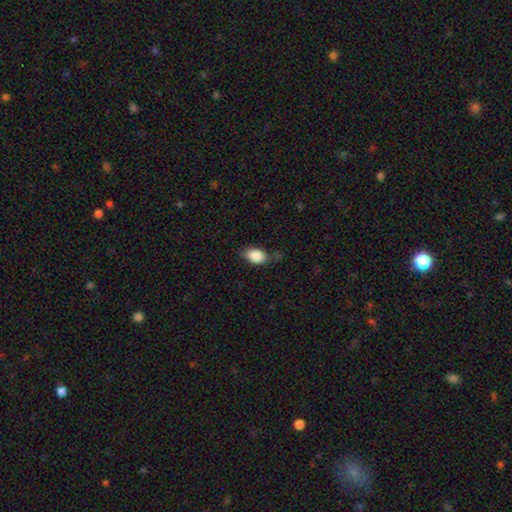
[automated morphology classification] type=smooth (88%); roundness=in between (89%); merging=none (69%).